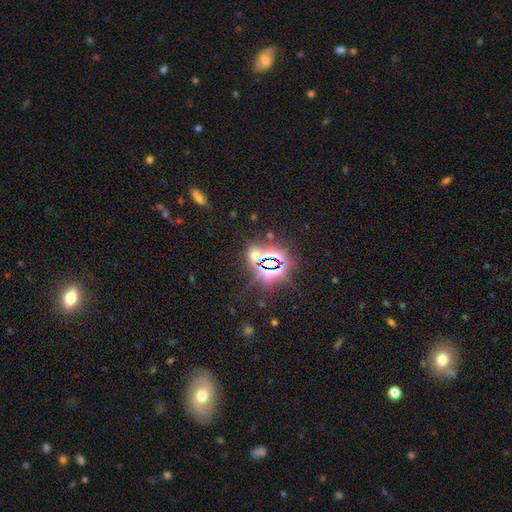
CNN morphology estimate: smooth-or-featured: star or artifact: 70% | smooth: 22% | featured or disk: 8%